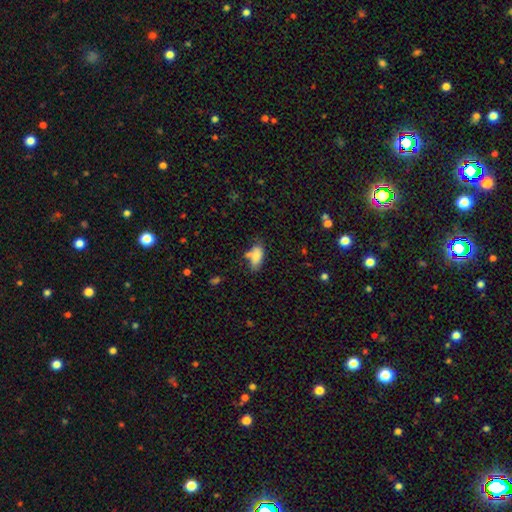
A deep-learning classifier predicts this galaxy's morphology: This appears to be a smooth galaxy with no disk features (80%) that is in between round and cigar-shaped (86%). Merging: none (50%).